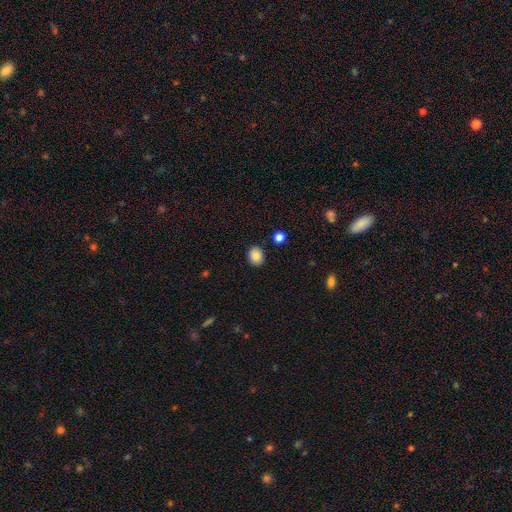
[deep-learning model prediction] A smooth galaxy with no disk features (87%) that is round (53%). Merging: none (87%).